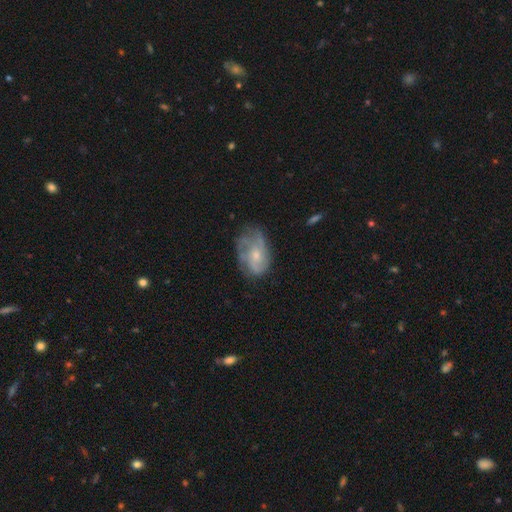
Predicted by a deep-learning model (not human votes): Q: Smooth or featured?
A: featured or disk (66%); runner-up: smooth (27%)
Q: Edge-on disk?
A: no (97%); runner-up: yes (3%)
Q: Bar?
A: no (75%); runner-up: weak (22%)
Q: Spiral arms?
A: yes (79%); runner-up: no (21%)
Q: Spiral winding?
A: medium (41%); runner-up: tight (36%)
Q: Spiral arm count?
A: can't tell (40%); runner-up: 3 (21%)
Q: Bulge size?
A: small (53%); runner-up: moderate (39%)
Q: Merging?
A: none (56%); runner-up: minor disturbance (27%)